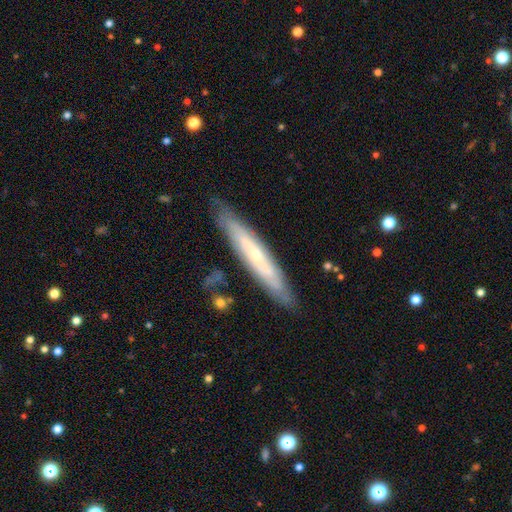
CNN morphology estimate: A featured or disk galaxy (59%) viewed edge-on (68%).

Vote fractions:
- Smooth or featured? featured or disk: 59% / smooth: 34% / star or artifact: 6%
- Edge-on disk? yes: 68% / no: 32%
- Merging? none: 84% / minor disturbance: 12% / major disturbance: 2% / merger: 2%